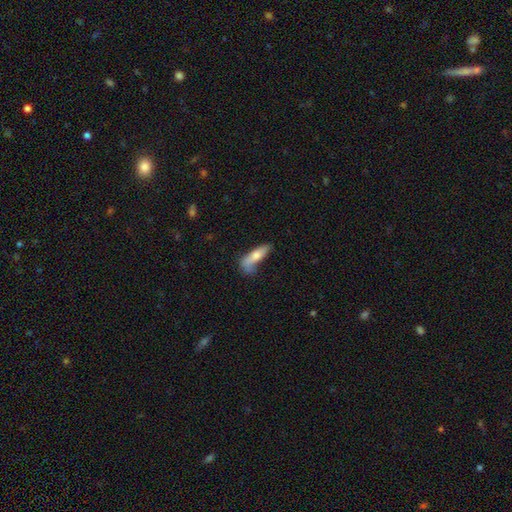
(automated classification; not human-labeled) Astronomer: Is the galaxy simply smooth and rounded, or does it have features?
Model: smooth — 68%.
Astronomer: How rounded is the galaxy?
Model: cigar-shaped — 55% (runner-up: in between, 42%).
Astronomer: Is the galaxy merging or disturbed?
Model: none — 44% (runner-up: minor disturbance, 27%).